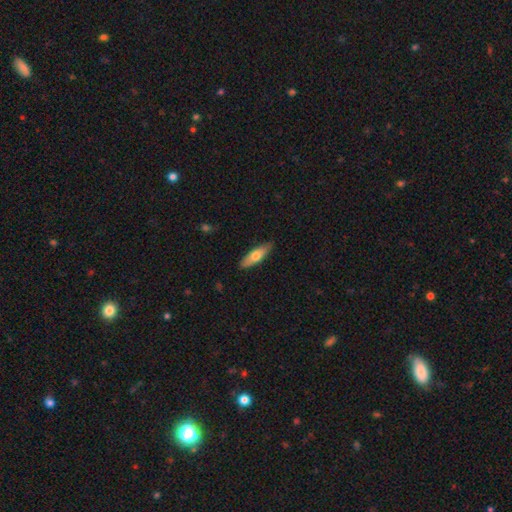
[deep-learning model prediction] The model was most divided on "how rounded": cigar-shaped: 57%, in between: 41%, round: 2%. More confident: merging — none (86%); smooth or featured — smooth (63%).